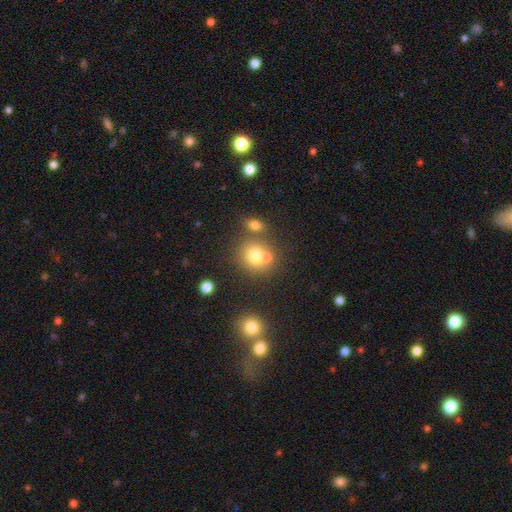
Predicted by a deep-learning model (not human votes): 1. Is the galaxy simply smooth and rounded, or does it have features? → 73% smooth, 14% star or artifact, 13% featured or disk.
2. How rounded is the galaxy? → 84% round, 15% in between, 1% cigar-shaped.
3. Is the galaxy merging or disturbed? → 53% none, 33% merger, 10% minor disturbance, 4% major disturbance.